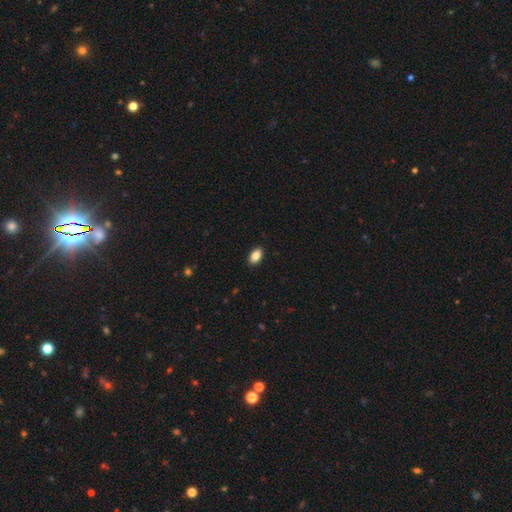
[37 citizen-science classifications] Smooth or featured: smooth — 92% (featured or disk — 8%)
How rounded: in between — 88% (round — 9%)
Merging: none — 92% (minor disturbance — 8%)